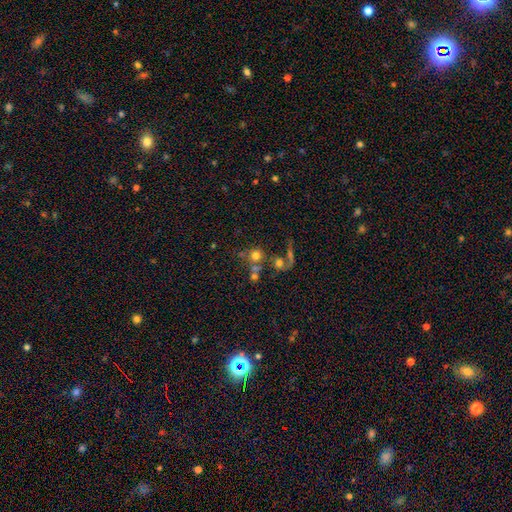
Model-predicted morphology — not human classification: smooth_or_featured: smooth (p=0.67) [alt: featured or disk p=0.18]
how_rounded: round (p=0.90) [alt: in between p=0.08]
merging: none (p=0.51) [alt: merger p=0.32]